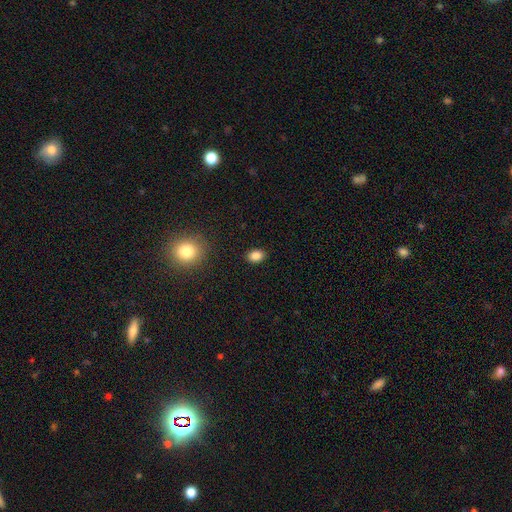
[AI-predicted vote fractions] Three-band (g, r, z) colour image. It shows a smooth galaxy with no disk features (85%) that is in between round and cigar-shaped (72%). Merging: none (89%).